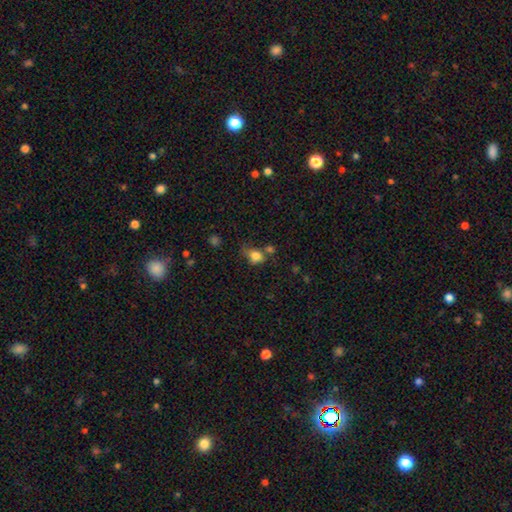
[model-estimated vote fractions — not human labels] Overall: smooth (80%). How rounded: round (53%; in between 46%). Merging: none (40%; minor disturbance 28%).